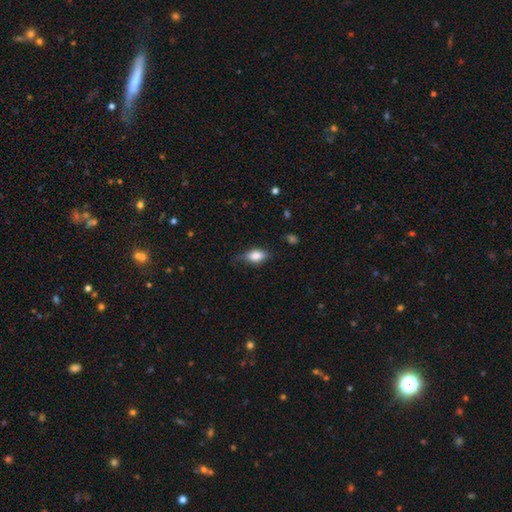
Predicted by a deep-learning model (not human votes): This is likely a smooth galaxy (80%). How rounded: clearly in between (85%). Merging: likely none (61%).